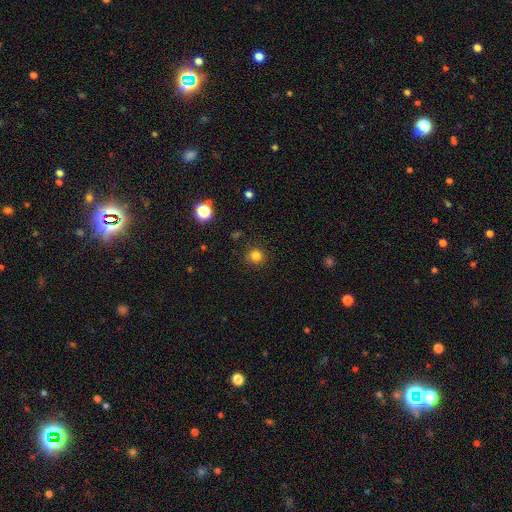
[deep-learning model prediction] Smooth or featured?
  - smooth: 81% *
  - star or artifact: 14%
  - featured or disk: 5%
How rounded?
  - round: 92% *
  - in between: 7%
  - cigar-shaped: 1%
Merging?
  - none: 89% *
  - minor disturbance: 7%
  - major disturbance: 2%
  - merger: 1%